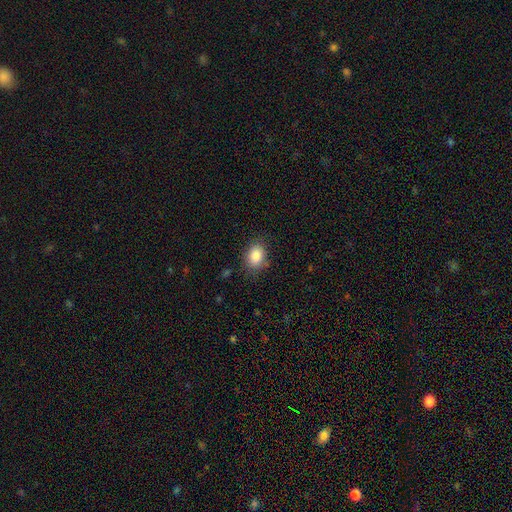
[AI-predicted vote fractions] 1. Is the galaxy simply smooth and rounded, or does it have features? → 86% smooth, 9% star or artifact, 5% featured or disk.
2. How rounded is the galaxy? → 69% in between, 30% round, 1% cigar-shaped.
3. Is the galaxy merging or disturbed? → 79% none, 15% minor disturbance, 4% major disturbance, 2% merger.